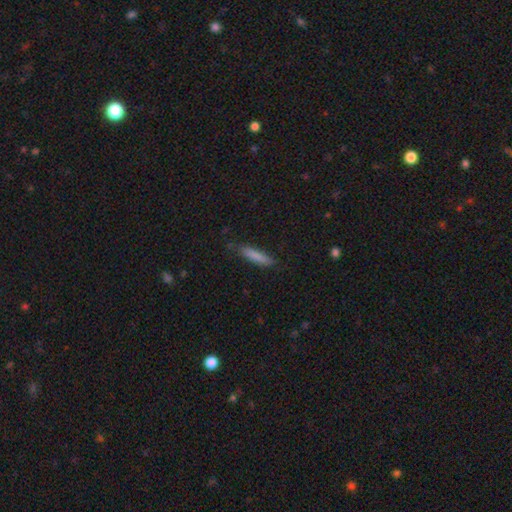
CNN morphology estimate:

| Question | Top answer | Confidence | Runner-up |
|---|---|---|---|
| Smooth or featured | smooth | 82% | featured or disk (11%) |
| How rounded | cigar-shaped | 87% | in between (12%) |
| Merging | none | 81% | minor disturbance (14%) |